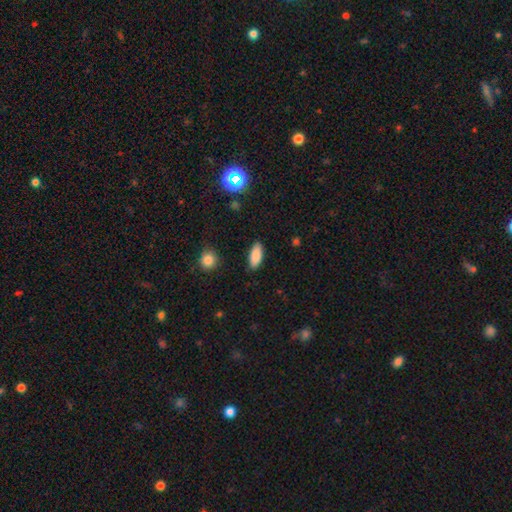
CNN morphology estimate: Smooth or featured? smooth (86%)
How rounded? in between (81%)
Merging? none (87%)